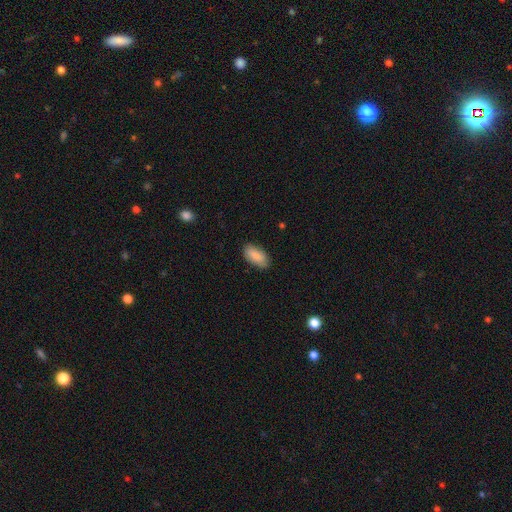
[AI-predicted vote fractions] The model was most divided on "merging": none: 81%, minor disturbance: 15%, major disturbance: 3%, merger: 1%. More confident: how rounded — in between (91%); smooth or featured — smooth (87%).